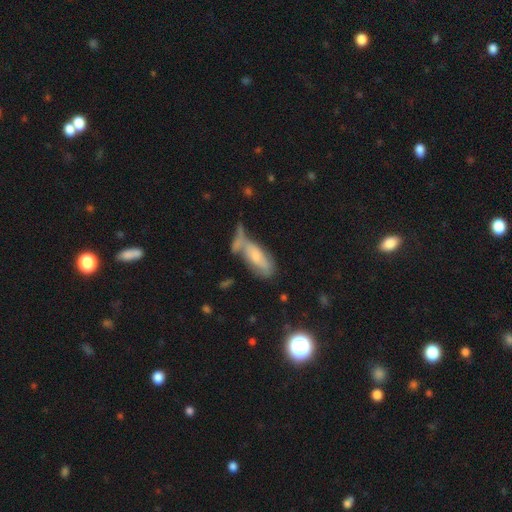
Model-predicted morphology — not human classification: smooth-or-featured: smooth: 55% | featured or disk: 36% | star or artifact: 9%
  how-rounded: in between: 72% | cigar-shaped: 25% | round: 3%
  merging: none: 33% | merger: 30% | minor disturbance: 21% | major disturbance: 15%